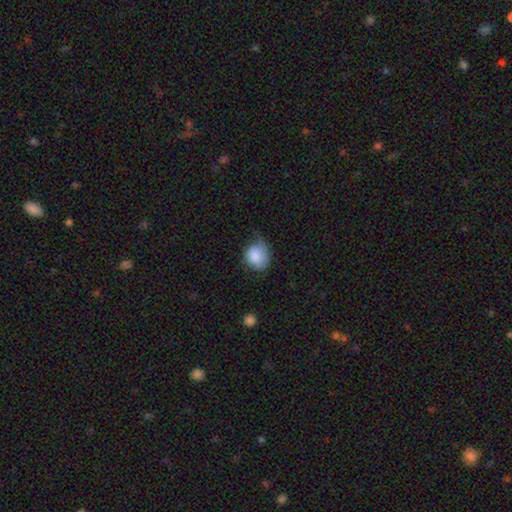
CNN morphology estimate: type=smooth (83%); roundness=round (67%); merging=minor disturbance (43%).